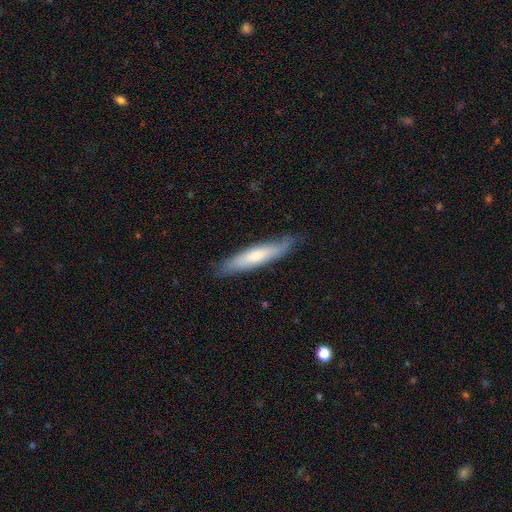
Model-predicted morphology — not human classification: Smooth or featured? Predicted: smooth (p=0.62). How rounded? Predicted: cigar-shaped (p=0.85). Merging? Predicted: none (p=0.80).